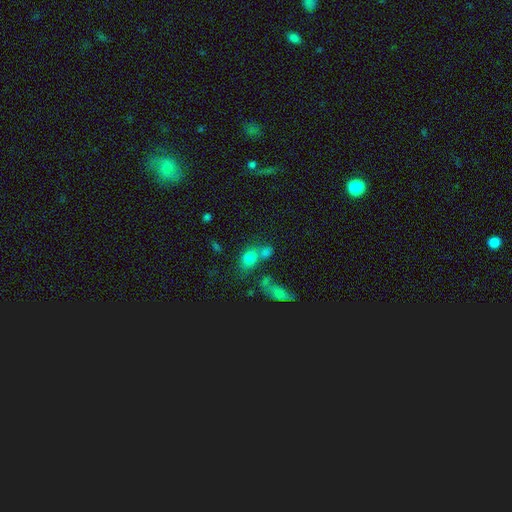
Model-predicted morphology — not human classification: type=smooth (46%); merging=none (46%).